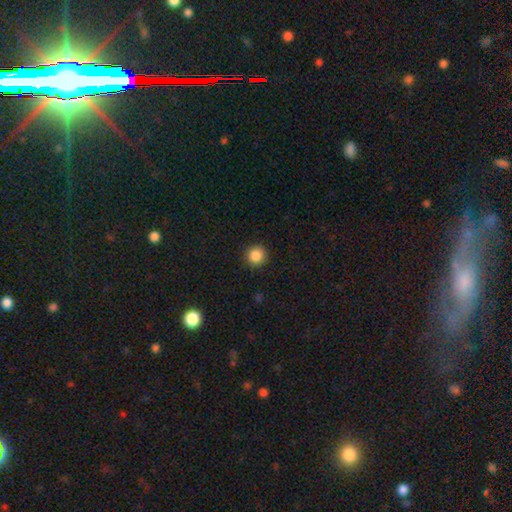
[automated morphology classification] smooth_or_featured: smooth (p=0.87) [alt: star or artifact p=0.10]
how_rounded: round (p=0.93) [alt: in between p=0.06]
merging: none (p=0.91) [alt: minor disturbance p=0.06]